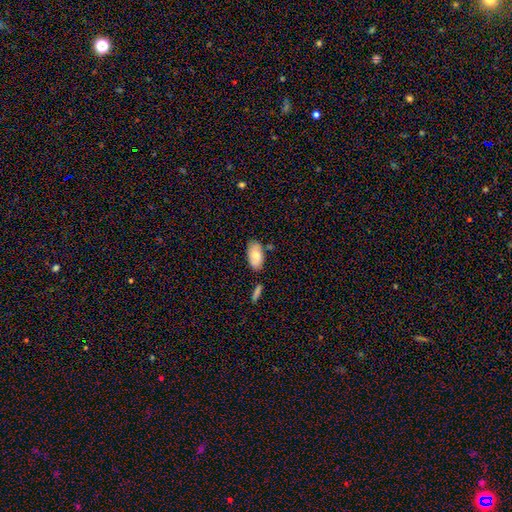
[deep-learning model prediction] smooth-or-featured: smooth: 77% | featured or disk: 17% | star or artifact: 6%
  how-rounded: in between: 93% | cigar-shaped: 4% | round: 3%
  merging: none: 76% | minor disturbance: 14% | merger: 7% | major disturbance: 3%